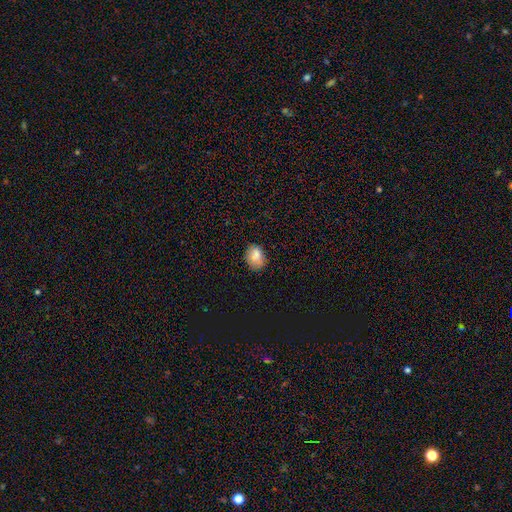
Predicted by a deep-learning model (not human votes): Smooth or featured? Predicted: smooth (p=0.82). How rounded? Predicted: in between (p=0.64). Merging? Predicted: none (p=0.75).